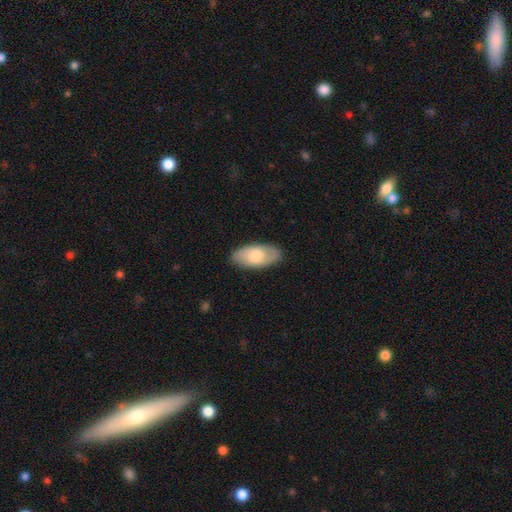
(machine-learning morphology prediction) Smooth or featured: smooth — 62% (featured or disk — 33%)
How rounded: in between — 93% (cigar-shaped — 4%)
Merging: none — 85% (minor disturbance — 11%)